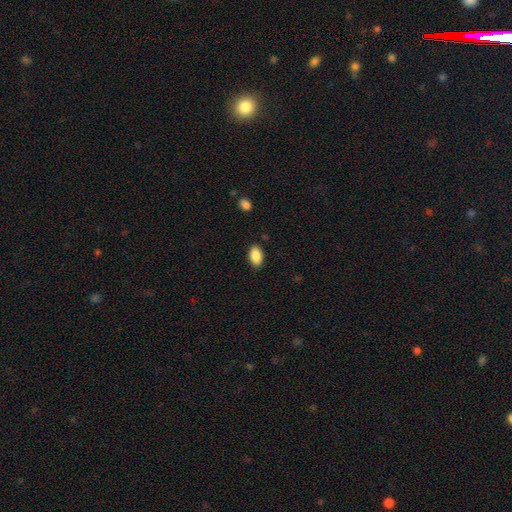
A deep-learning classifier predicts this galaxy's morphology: Smooth or featured?
  - smooth: 90% *
  - star or artifact: 7%
  - featured or disk: 3%
How rounded?
  - in between: 93% *
  - round: 5%
  - cigar-shaped: 2%
Merging?
  - none: 88% *
  - minor disturbance: 9%
  - major disturbance: 2%
  - merger: 1%